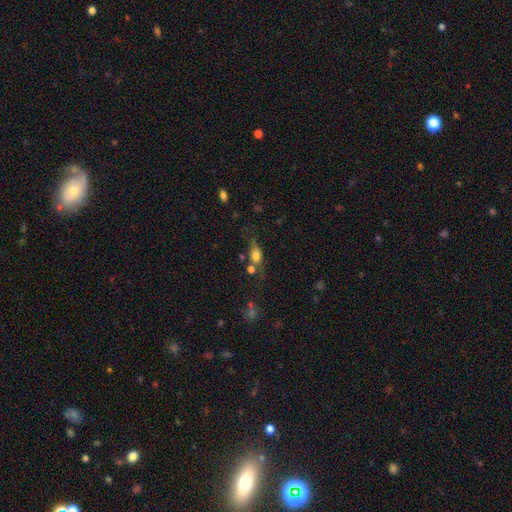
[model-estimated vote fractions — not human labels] The model was most divided on "merging": none: 51%, minor disturbance: 22%, merger: 16%, major disturbance: 11%. More confident: how rounded — in between (70%); smooth or featured — smooth (69%).